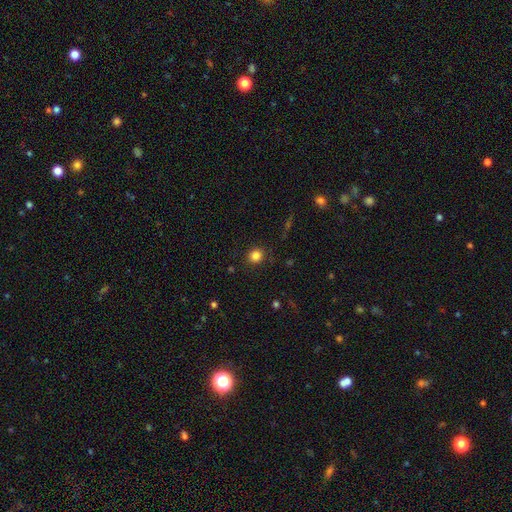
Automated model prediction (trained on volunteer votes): Overall: smooth (84%). How rounded: round (84%). Merging: none (88%).